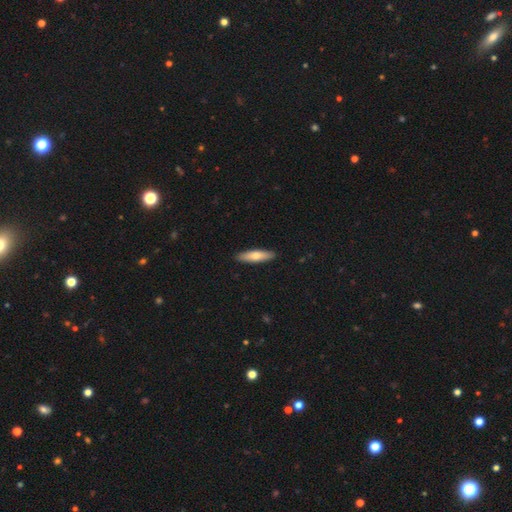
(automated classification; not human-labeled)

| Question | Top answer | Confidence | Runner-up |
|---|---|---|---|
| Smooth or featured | smooth | 66% | featured or disk (28%) |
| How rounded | cigar-shaped | 70% | in between (28%) |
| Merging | none | 91% | minor disturbance (6%) |